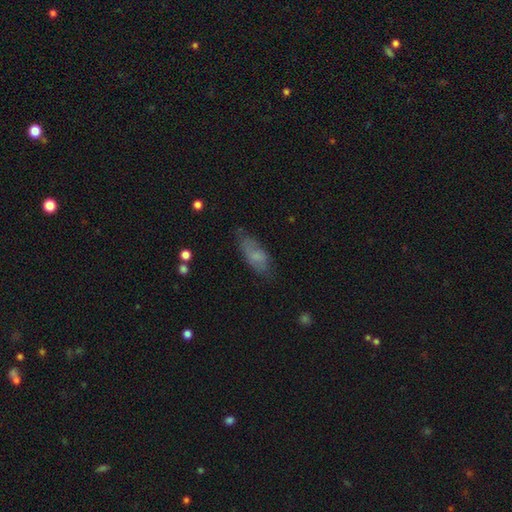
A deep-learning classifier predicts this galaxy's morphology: smooth 68%, featured or disk 24%, star or artifact 9%. Down the decision tree: how rounded — in between (76%); merging — none (63%).